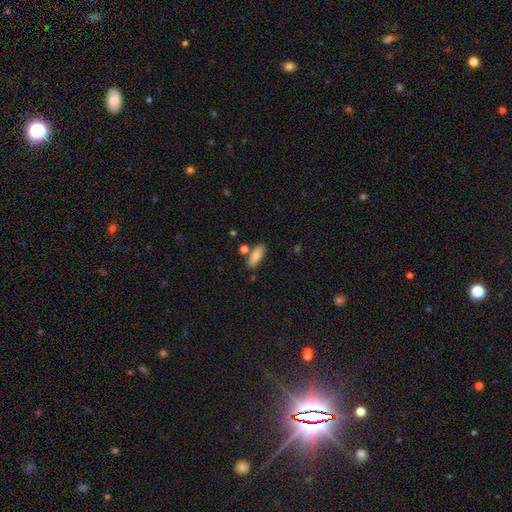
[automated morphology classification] Smooth or featured: smooth — 81% (featured or disk — 12%)
How rounded: in between — 71% (cigar-shaped — 26%)
Merging: none — 75% (minor disturbance — 13%)